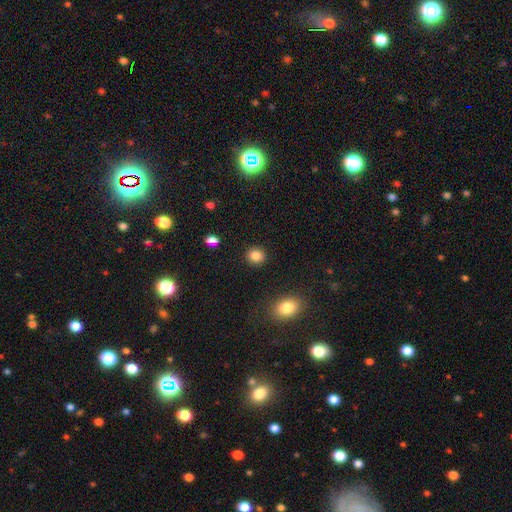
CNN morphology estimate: type=smooth (85%); roundness=round (84%); merging=none (91%).